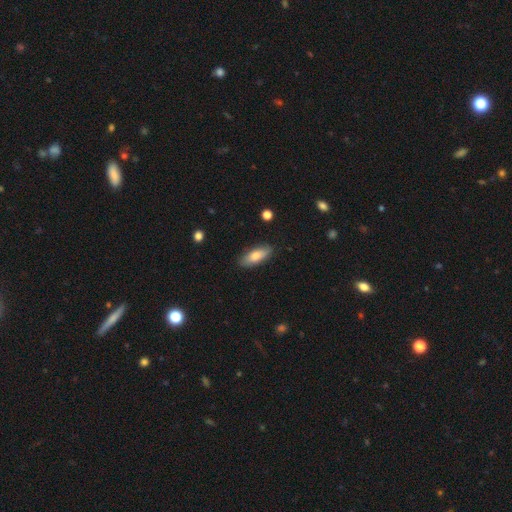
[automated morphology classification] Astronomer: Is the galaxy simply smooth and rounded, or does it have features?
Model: smooth — 75%.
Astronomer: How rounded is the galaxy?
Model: in between — 71%.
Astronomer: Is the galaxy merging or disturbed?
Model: none — 85%.